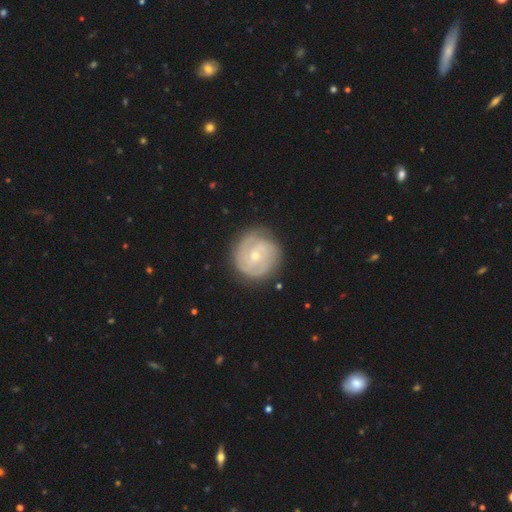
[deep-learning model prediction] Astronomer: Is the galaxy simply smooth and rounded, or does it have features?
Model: featured or disk — 75%.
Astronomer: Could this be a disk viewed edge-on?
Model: no — 98%.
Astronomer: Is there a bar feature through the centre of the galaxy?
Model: no — 68%.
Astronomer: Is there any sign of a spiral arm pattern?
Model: yes — 88%.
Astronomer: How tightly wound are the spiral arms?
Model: tight — 68%.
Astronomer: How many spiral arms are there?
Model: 2 — 42% (runner-up: can't tell, 28%).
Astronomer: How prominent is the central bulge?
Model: small — 65%.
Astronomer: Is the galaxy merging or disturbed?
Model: none — 79%.